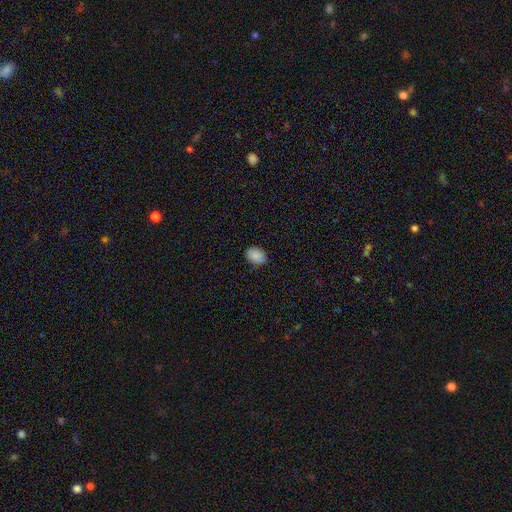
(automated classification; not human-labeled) This appears to be a smooth galaxy with no disk features (88%) that is in between round and cigar-shaped (73%). Merging: none (81%).